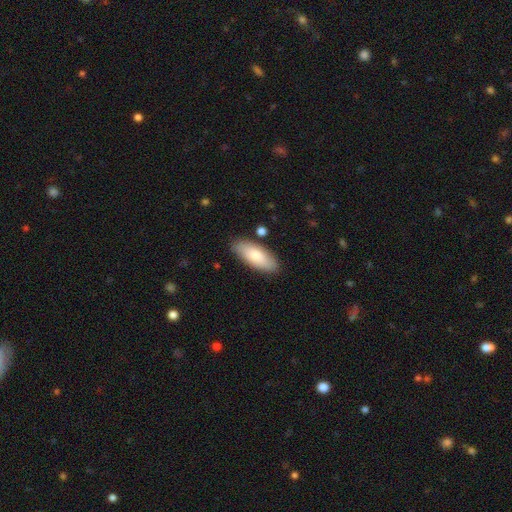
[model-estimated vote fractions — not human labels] Smooth or featured: smooth — 78% (featured or disk — 16%)
How rounded: in between — 82% (cigar-shaped — 16%)
Merging: none — 83% (minor disturbance — 12%)